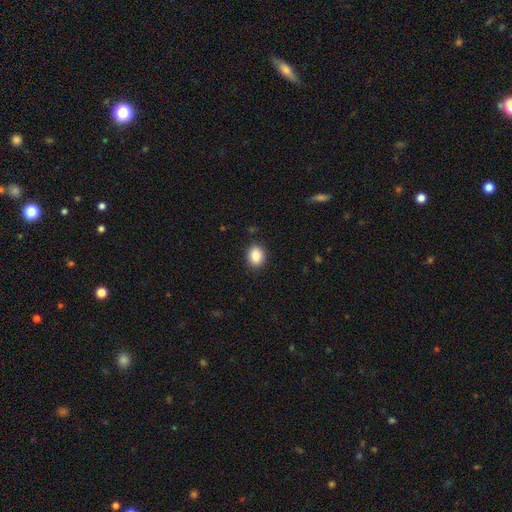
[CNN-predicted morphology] Overall: smooth (87%). How rounded: in between (58%; round 41%). Merging: none (89%).